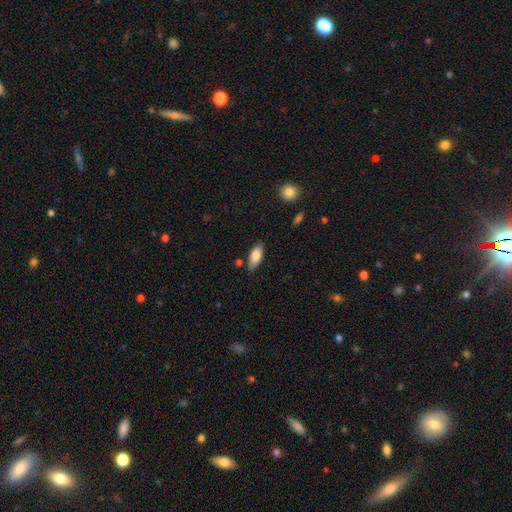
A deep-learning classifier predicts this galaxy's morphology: A smooth galaxy with no disk features (83%) that is in between round and cigar-shaped (80%).

Vote fractions:
- Smooth or featured? smooth: 83% / featured or disk: 11% / star or artifact: 6%
- How rounded? in between: 80% / cigar-shaped: 18% / round: 2%
- Merging? none: 78% / minor disturbance: 16% / merger: 3% / major disturbance: 3%